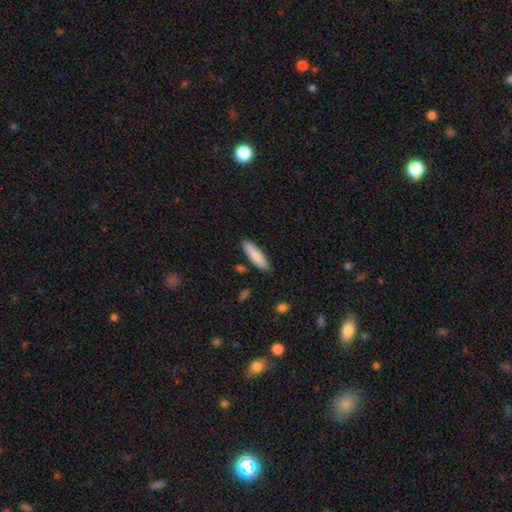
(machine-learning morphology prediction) The model was most divided on "how rounded": cigar-shaped: 65%, in between: 34%, round: 1%. More confident: merging — none (85%); smooth or featured — smooth (85%).